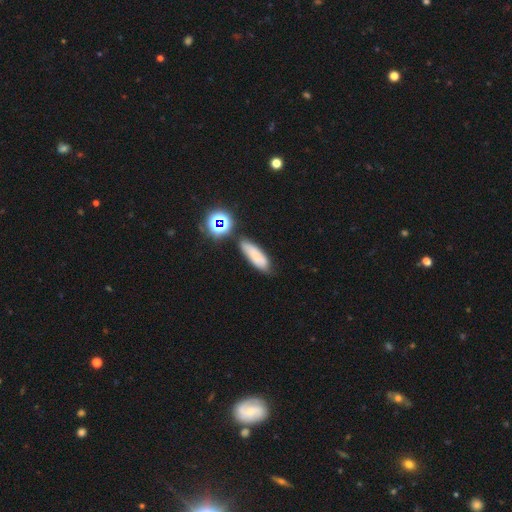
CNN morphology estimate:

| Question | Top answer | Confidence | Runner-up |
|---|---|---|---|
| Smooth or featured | smooth | 72% | featured or disk (14%) |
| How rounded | in between | 53% | cigar-shaped (44%) |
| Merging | none | 71% | minor disturbance (18%) |